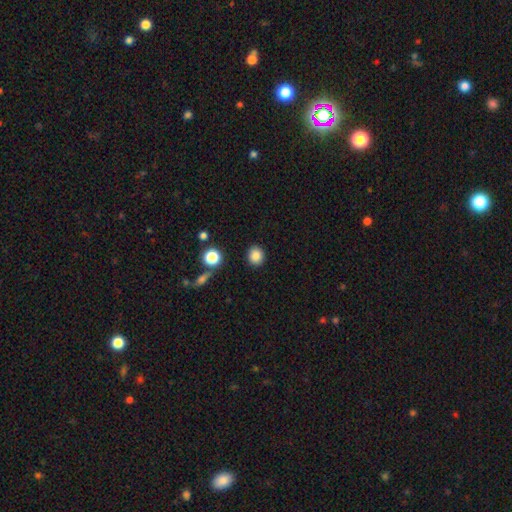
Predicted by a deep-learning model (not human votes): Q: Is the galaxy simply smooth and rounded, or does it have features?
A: smooth — 85%.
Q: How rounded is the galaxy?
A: round — 79%.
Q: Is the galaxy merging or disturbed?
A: none — 88%.